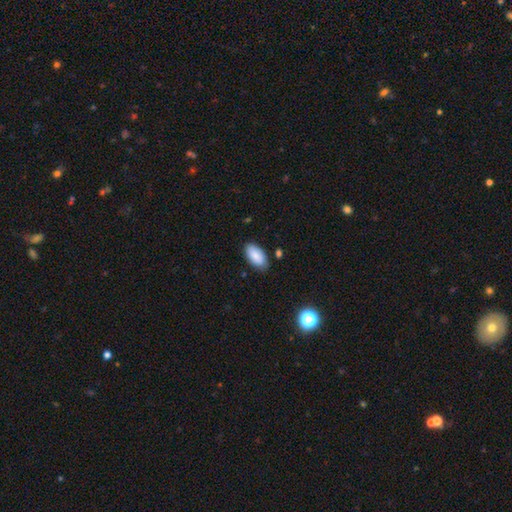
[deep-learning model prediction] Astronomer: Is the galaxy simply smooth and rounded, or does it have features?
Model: smooth — 87%.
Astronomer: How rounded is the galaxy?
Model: in between — 95%.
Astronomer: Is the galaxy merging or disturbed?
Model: none — 82%.